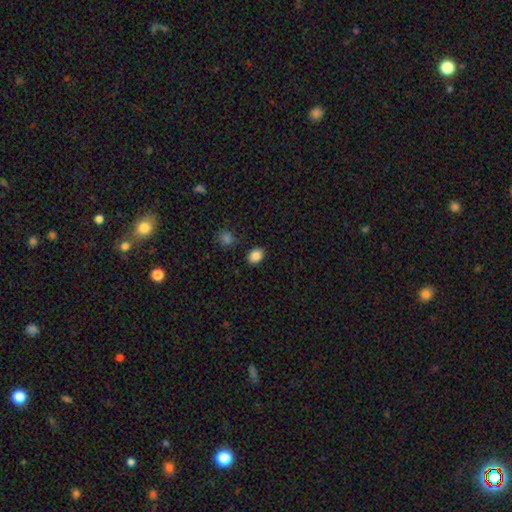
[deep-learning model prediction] Morphology: type=smooth (86%); roundness=in between (66%); merging=none (86%).